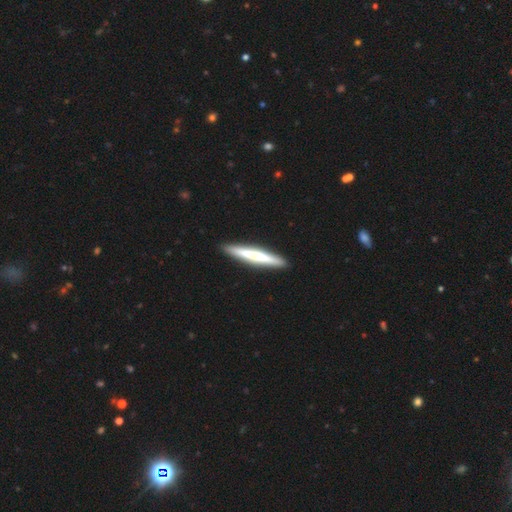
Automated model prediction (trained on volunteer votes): Smooth or featured?
  - smooth: 54% *
  - featured or disk: 41%
  - star or artifact: 5%
How rounded?
  - cigar-shaped: 95% *
  - in between: 4%
  - round: 1%
Merging?
  - none: 91% *
  - minor disturbance: 7%
  - major disturbance: 1%
  - merger: 1%